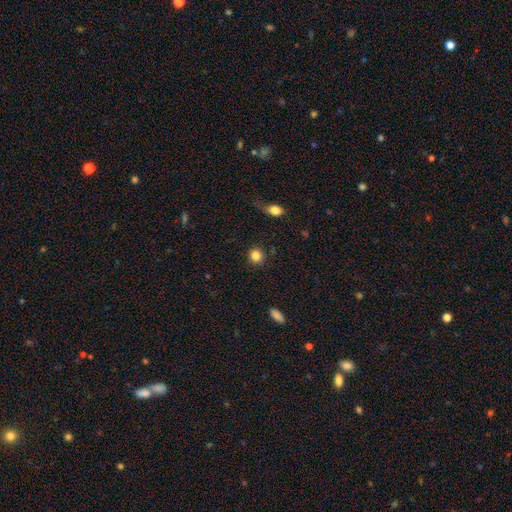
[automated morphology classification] smooth 85%, star or artifact 10%, featured or disk 5%. Down the decision tree: how rounded — round (90%); merging — none (88%).